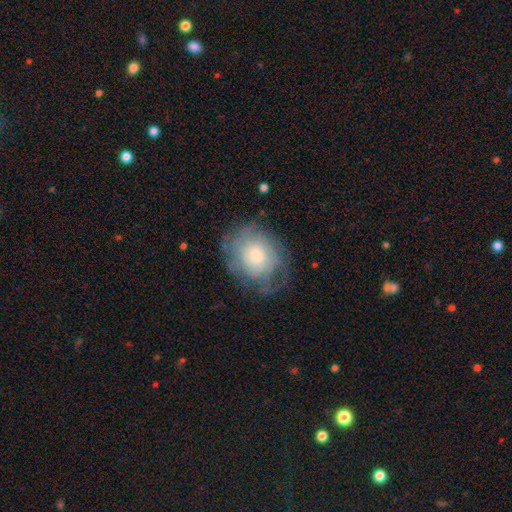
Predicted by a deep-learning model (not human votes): Smooth or featured: featured or disk — 51% (smooth — 40%)
Edge-on disk: no — 96% (yes — 4%)
Merging: none — 66% (minor disturbance — 22%)